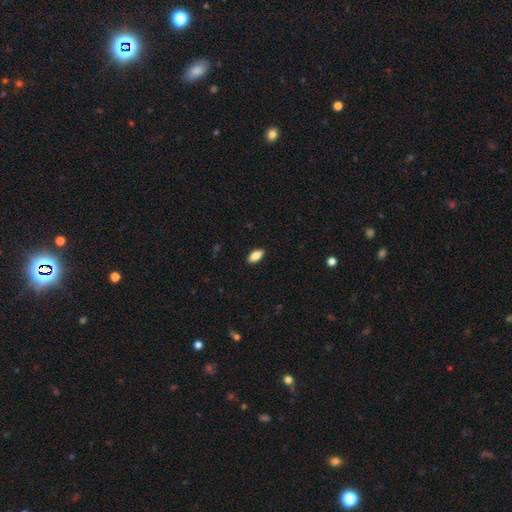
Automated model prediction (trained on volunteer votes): Smooth or featured: smooth — 86% (featured or disk — 7%)
How rounded: in between — 89% (cigar-shaped — 9%)
Merging: none — 89% (minor disturbance — 8%)